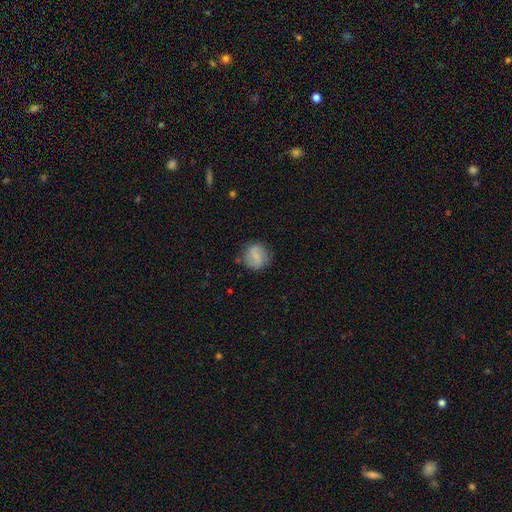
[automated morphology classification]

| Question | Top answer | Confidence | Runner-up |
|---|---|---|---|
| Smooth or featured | smooth | 62% | featured or disk (30%) |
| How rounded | round | 84% | in between (15%) |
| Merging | none | 75% | minor disturbance (17%) |